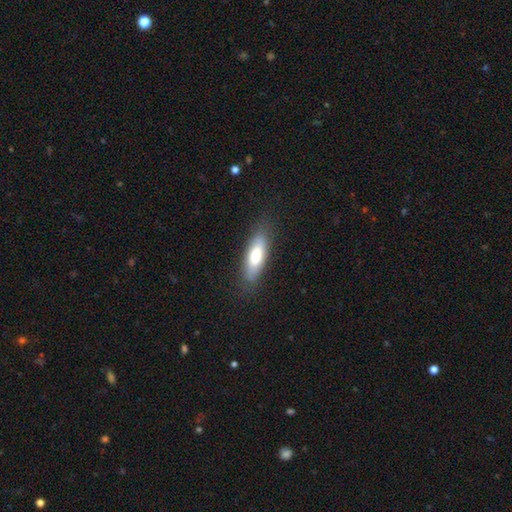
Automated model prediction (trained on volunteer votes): Overall: smooth (72%). How rounded: in between (57%; cigar-shaped 41%). Merging: none (81%).